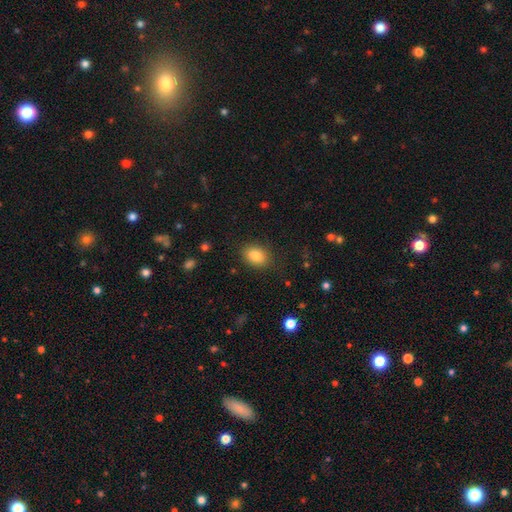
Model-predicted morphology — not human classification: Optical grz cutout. It shows a smooth galaxy with no disk features (83%) that is in between round and cigar-shaped (76%). Merging: none (84%).